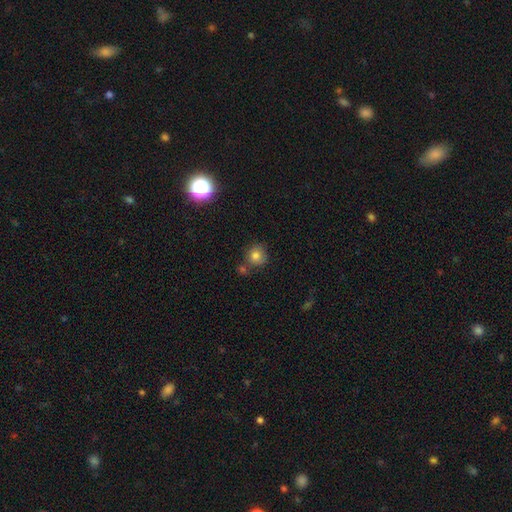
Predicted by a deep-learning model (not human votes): Morphology: type=smooth (80%); roundness=round (88%); merging=none (67%).